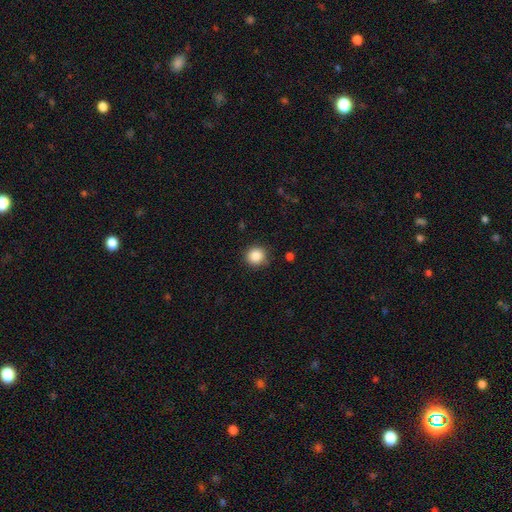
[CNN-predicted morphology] type=smooth (87%); roundness=round (93%); merging=none (87%).